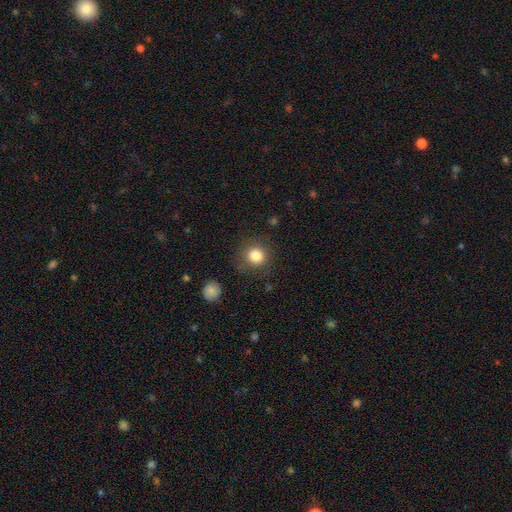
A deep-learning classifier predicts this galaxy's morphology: type=smooth (83%); roundness=round (90%); merging=none (84%).